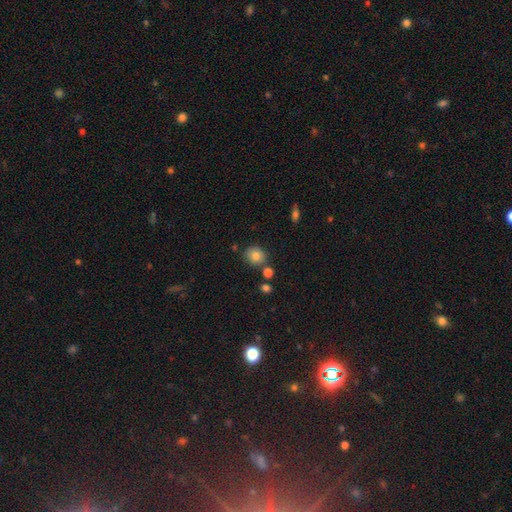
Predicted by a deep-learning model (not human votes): A smooth galaxy with no disk features (79%) that is round (74%). Merging: none (77%).